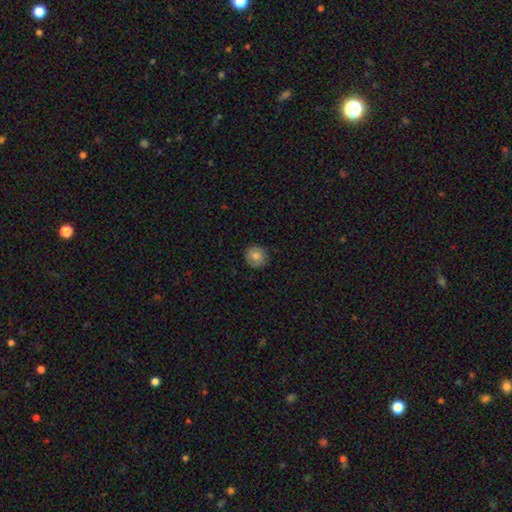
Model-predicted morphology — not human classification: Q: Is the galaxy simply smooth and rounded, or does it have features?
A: smooth — 77%.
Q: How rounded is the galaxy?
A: round — 88%.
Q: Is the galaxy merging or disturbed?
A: none — 85%.